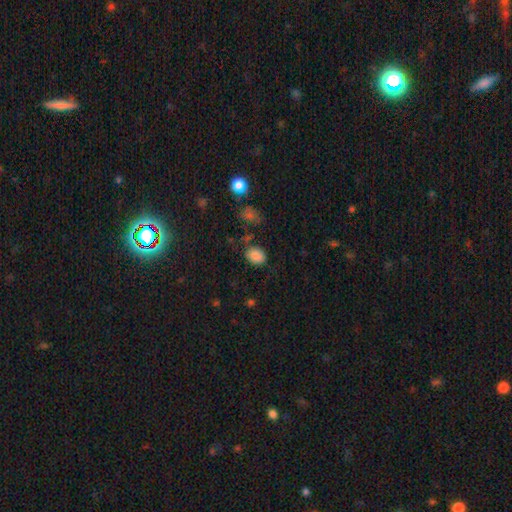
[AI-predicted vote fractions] This appears to be a smooth galaxy with no disk features (85%) that is in between round and cigar-shaped (53%). Merging: none (77%).